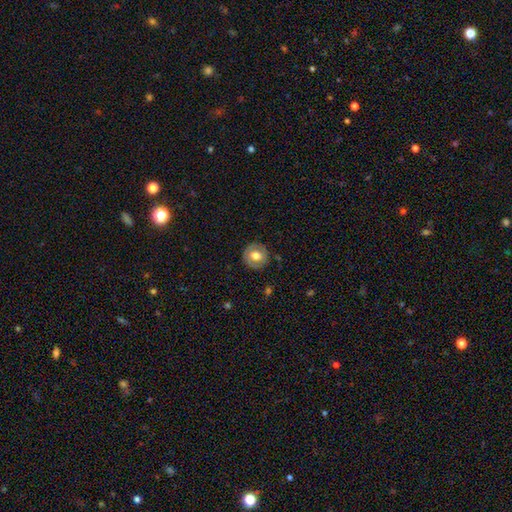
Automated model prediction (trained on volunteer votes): A smooth galaxy with no disk features (63%) that is round (89%).

Vote fractions:
- Smooth or featured? smooth: 63% / featured or disk: 29% / star or artifact: 7%
- How rounded? round: 89% / in between: 10% / cigar-shaped: 1%
- Merging? none: 84% / minor disturbance: 12% / major disturbance: 3% / merger: 1%